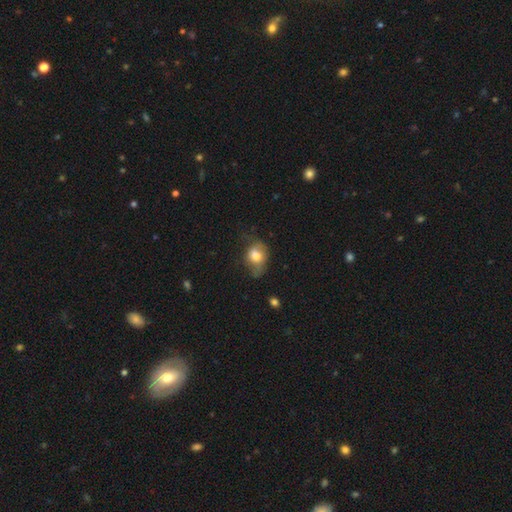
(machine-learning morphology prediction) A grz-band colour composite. It shows a smooth galaxy with no disk features (75%) that is in between round and cigar-shaped (61%). Merging: none (40%).